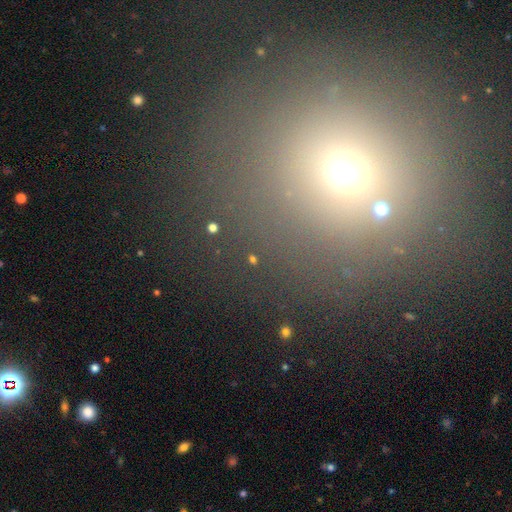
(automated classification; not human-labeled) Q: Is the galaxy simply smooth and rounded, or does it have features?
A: smooth — 47%.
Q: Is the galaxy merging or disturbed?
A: none — 81%.